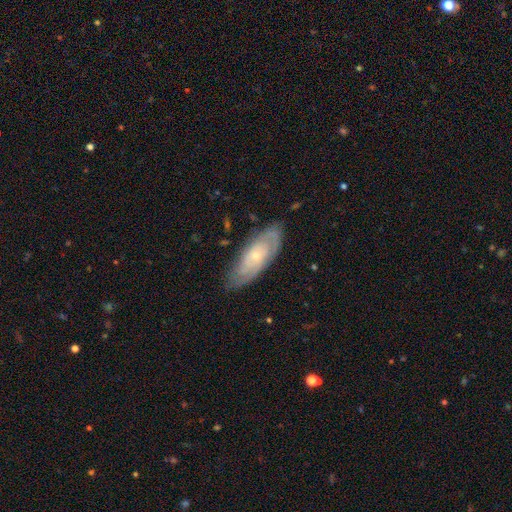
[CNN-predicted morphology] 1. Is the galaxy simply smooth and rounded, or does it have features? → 69% featured or disk, 25% smooth, 6% star or artifact.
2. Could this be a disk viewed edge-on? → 86% no, 14% yes.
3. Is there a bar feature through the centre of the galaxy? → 75% no, 21% weak, 4% strong.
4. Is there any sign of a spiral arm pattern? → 87% yes, 13% no.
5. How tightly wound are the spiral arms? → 65% tight, 28% medium, 7% loose.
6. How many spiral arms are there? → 46% can't tell, 36% 2, 8% 3, 4% 4, 4% 1, 3% more than 4.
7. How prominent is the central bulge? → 71% small, 24% moderate, 3% none, 1% large, 1% dominant.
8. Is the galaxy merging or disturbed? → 78% none, 17% minor disturbance, 4% major disturbance, 1% merger.